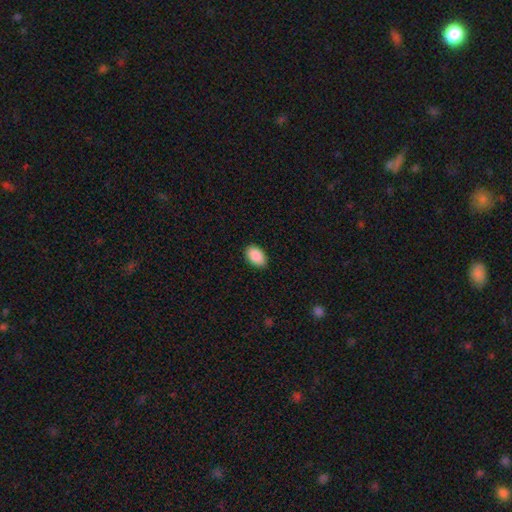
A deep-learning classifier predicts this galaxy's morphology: Smooth or featured? smooth (90%)
How rounded? in between (92%)
Merging? none (89%)